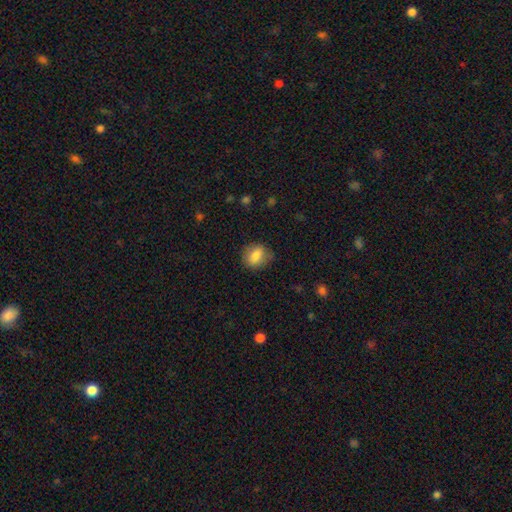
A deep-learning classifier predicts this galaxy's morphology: Overall: smooth (81%). How rounded: round (55%; in between 44%). Merging: none (78%).